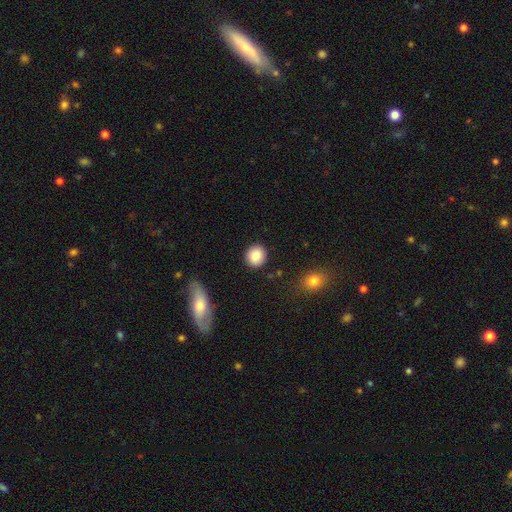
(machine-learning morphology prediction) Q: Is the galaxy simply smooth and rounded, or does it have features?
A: smooth — 87%.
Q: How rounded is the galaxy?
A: round — 85%.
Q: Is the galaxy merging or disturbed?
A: none — 90%.